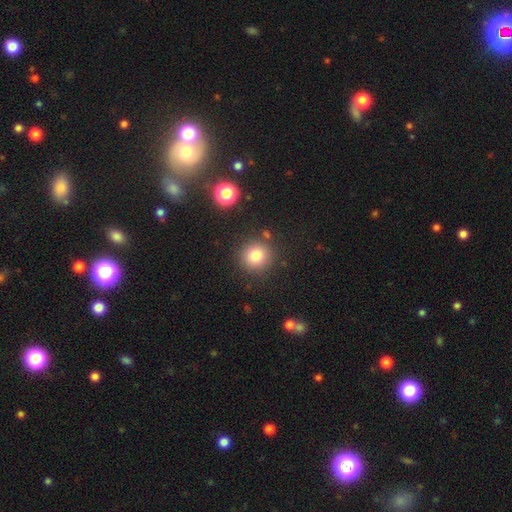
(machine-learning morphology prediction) A smooth galaxy with no disk features (81%) that is round (91%).

Vote fractions:
- Smooth or featured? smooth: 81% / star or artifact: 12% / featured or disk: 7%
- How rounded? round: 91% / in between: 8% / cigar-shaped: 1%
- Merging? none: 85% / minor disturbance: 8% / merger: 4% / major disturbance: 3%